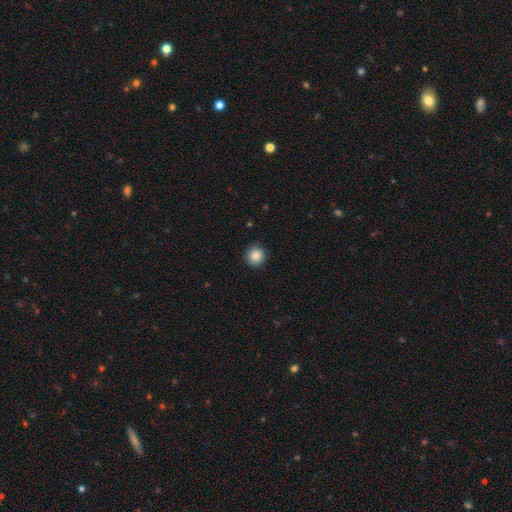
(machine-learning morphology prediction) Overall: smooth (87%). How rounded: round (91%). Merging: none (90%).